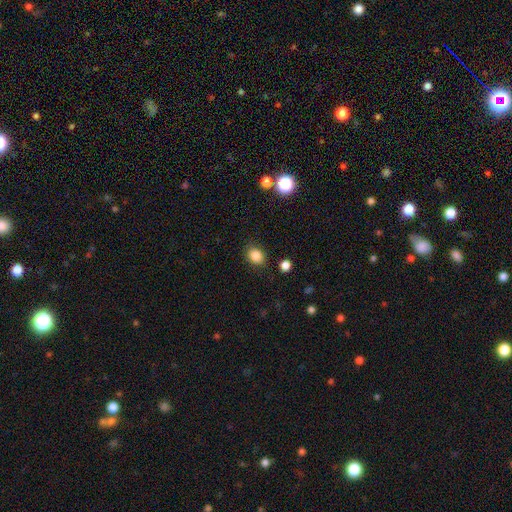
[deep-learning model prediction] Smooth or featured: smooth — 85% (star or artifact — 11%)
How rounded: in between — 55% (round — 44%)
Merging: none — 84% (minor disturbance — 11%)